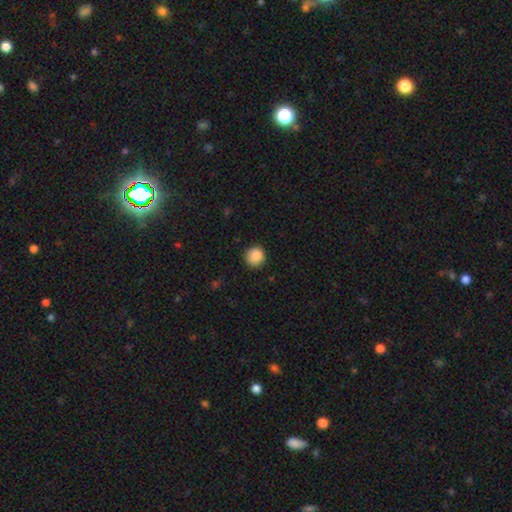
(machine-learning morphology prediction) Smooth or featured?
  - smooth: 88% *
  - star or artifact: 9%
  - featured or disk: 3%
How rounded?
  - round: 93% *
  - in between: 6%
  - cigar-shaped: 1%
Merging?
  - none: 88% *
  - minor disturbance: 9%
  - major disturbance: 2%
  - merger: 1%